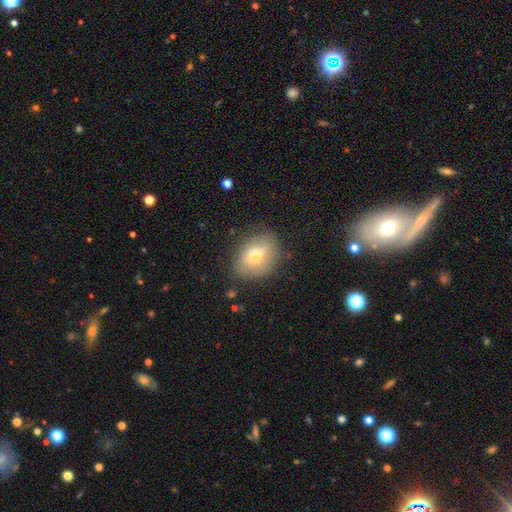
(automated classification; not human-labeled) Overall: smooth (66%). How rounded: in between (61%; round 38%). Merging: none (77%).